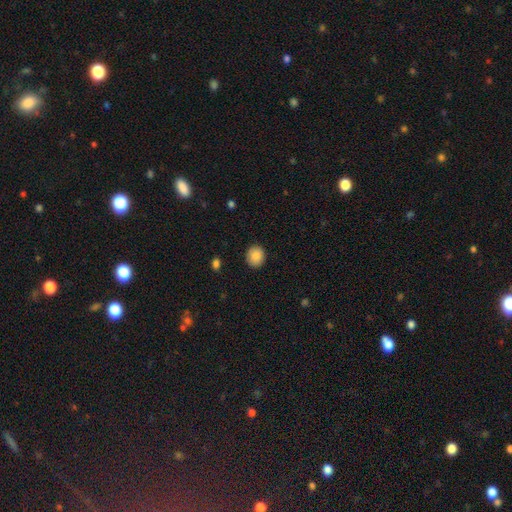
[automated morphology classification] A smooth galaxy with no disk features (88%) that is round (72%).

Vote fractions:
- Smooth or featured? smooth: 88% / star or artifact: 8% / featured or disk: 4%
- How rounded? round: 72% / in between: 27% / cigar-shaped: 1%
- Merging? none: 90% / minor disturbance: 7% / major disturbance: 2% / merger: 1%